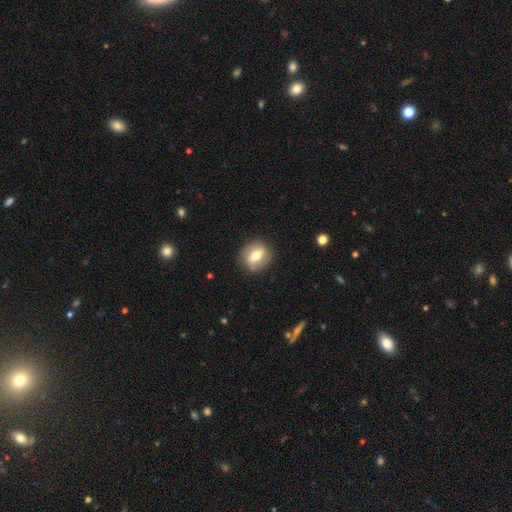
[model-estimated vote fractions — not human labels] A smooth galaxy with no disk features (60%) that is round (60%).

Vote fractions:
- Smooth or featured? smooth: 60% / featured or disk: 32% / star or artifact: 8%
- How rounded? round: 60% / in between: 38% / cigar-shaped: 2%
- Merging? none: 85% / minor disturbance: 11% / major disturbance: 3% / merger: 1%